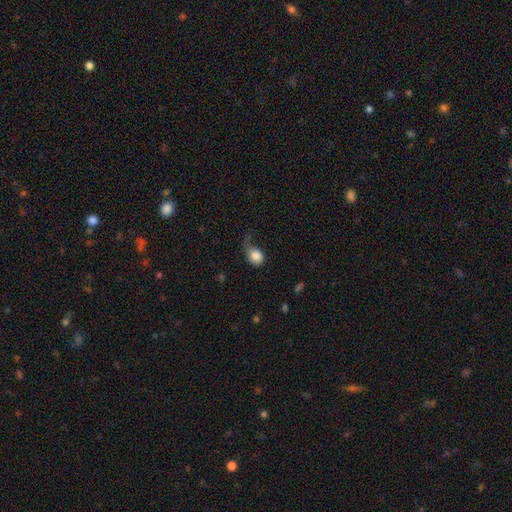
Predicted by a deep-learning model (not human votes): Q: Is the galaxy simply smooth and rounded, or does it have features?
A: smooth — 78%.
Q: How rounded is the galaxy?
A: in between — 51%.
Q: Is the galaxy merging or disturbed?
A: major disturbance — 44%.